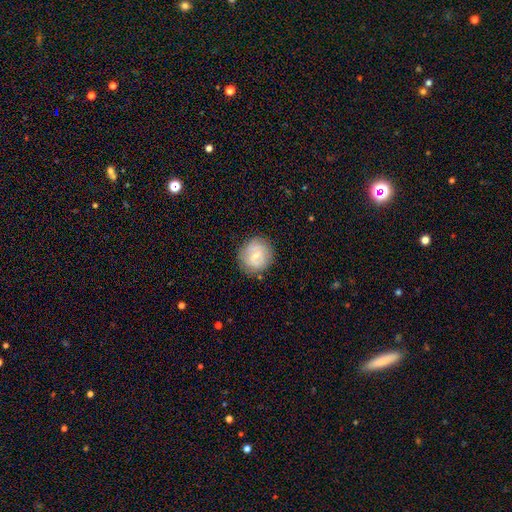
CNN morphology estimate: Smooth or featured?
  - featured or disk: 47% *
  - smooth: 45%
  - star or artifact: 8%
Merging?
  - none: 79% *
  - minor disturbance: 14%
  - major disturbance: 5%
  - merger: 1%